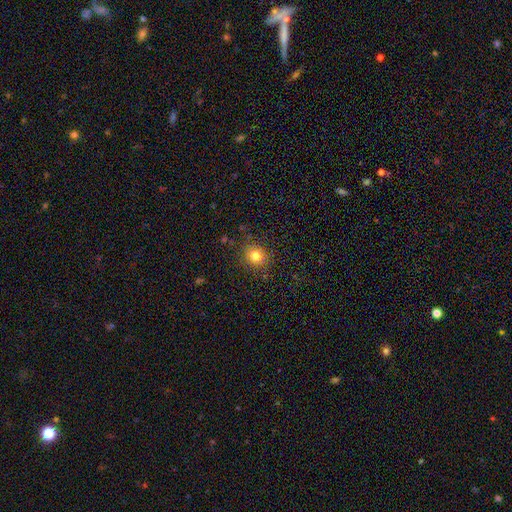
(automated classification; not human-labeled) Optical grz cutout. It shows a smooth galaxy with no disk features (80%) that is round (84%). Merging: none (86%).